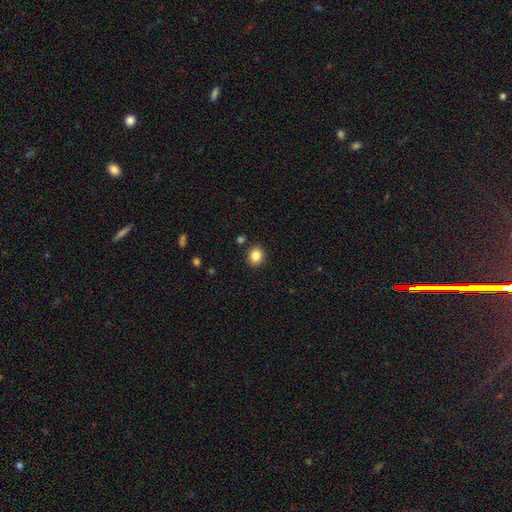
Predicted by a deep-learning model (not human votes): smooth 86%, star or artifact 10%, featured or disk 5%. Down the decision tree: how rounded — round (69%); merging — none (89%).